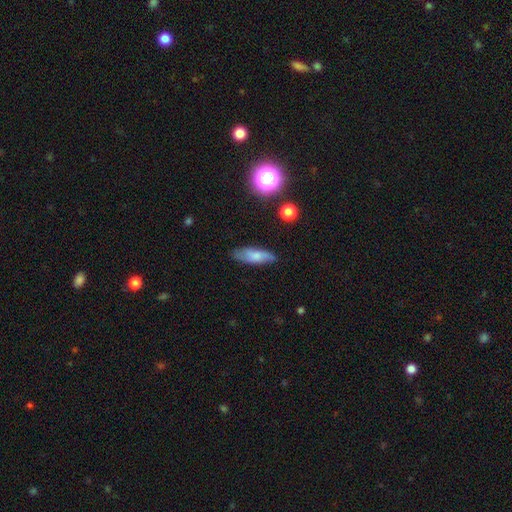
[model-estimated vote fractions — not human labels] Smooth or featured? smooth (64%)
How rounded? in between (56%)
Merging? none (76%)